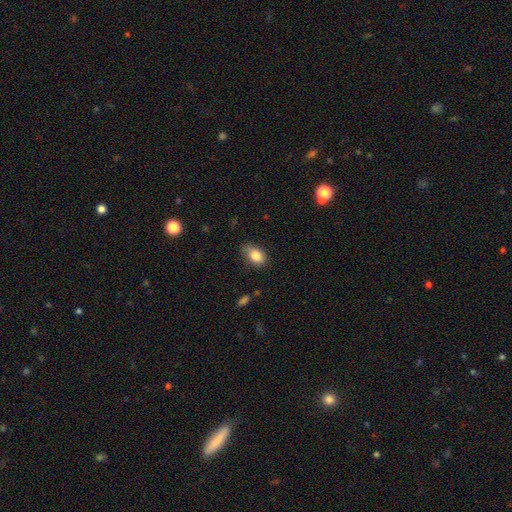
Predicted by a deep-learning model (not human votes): smooth 83%, star or artifact 9%, featured or disk 8%. Down the decision tree: how rounded — in between (81%); merging — none (63%).